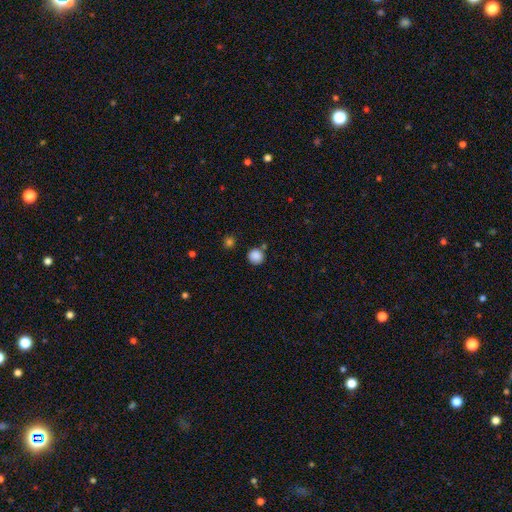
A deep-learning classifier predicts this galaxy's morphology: Smooth or featured? Predicted: smooth (p=0.87). How rounded? Predicted: round (p=0.92). Merging? Predicted: none (p=0.79).